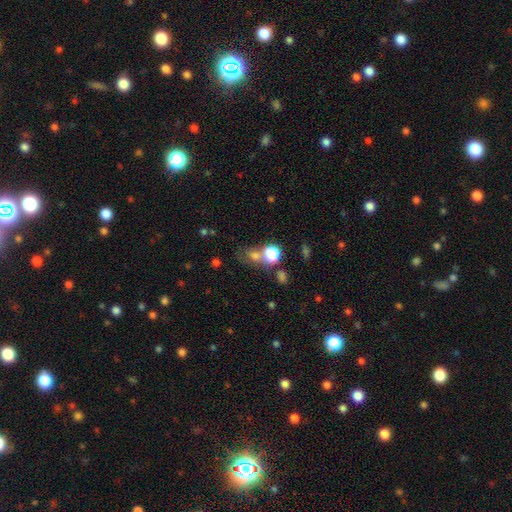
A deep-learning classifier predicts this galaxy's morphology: smooth_or_featured: smooth (p=0.60) [alt: star or artifact p=0.28]
how_rounded: round (p=0.56) [alt: in between p=0.42]
merging: none (p=0.46) [alt: merger p=0.31]